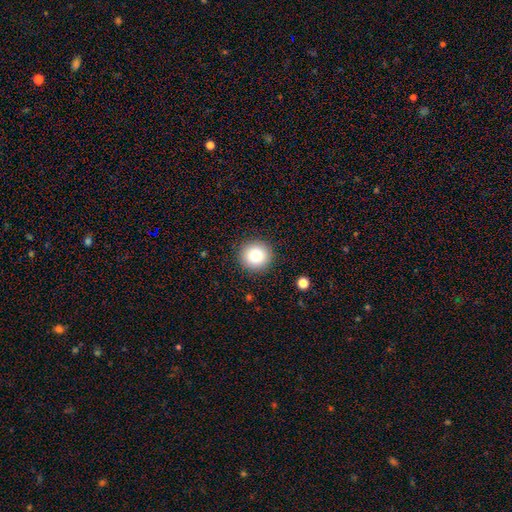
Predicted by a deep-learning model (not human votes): smooth-or-featured: smooth: 80% | star or artifact: 11% | featured or disk: 9%
  how-rounded: round: 94% | in between: 6% | cigar-shaped: 1%
  merging: none: 91% | minor disturbance: 6% | major disturbance: 2% | merger: 1%